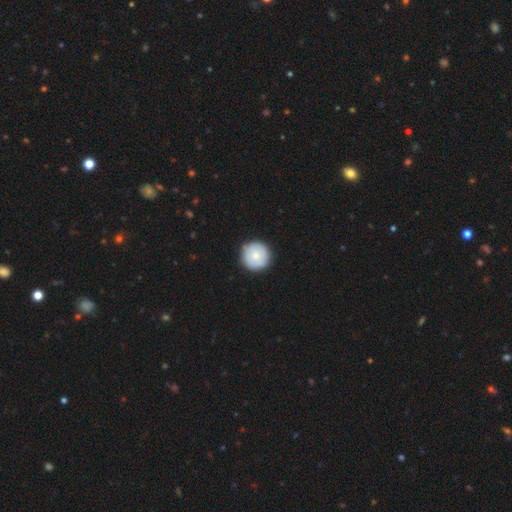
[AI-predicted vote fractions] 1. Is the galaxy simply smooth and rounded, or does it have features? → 74% smooth, 20% featured or disk, 6% star or artifact.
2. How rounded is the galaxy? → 96% round, 3% in between, 1% cigar-shaped.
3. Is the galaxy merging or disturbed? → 90% none, 7% minor disturbance, 2% major disturbance, 1% merger.